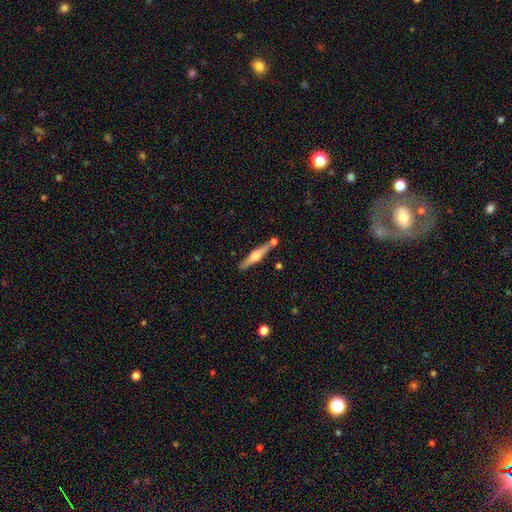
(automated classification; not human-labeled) Overall: featured or disk (65%; smooth 29%). Edge-on disk: yes (97%). Edge-on bulge: rounded (90%). Merging: none (79%).